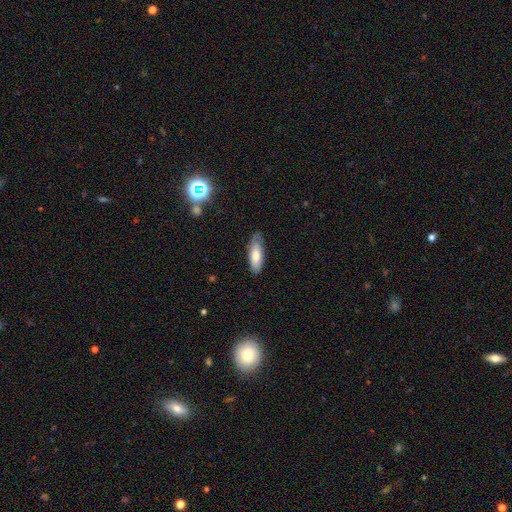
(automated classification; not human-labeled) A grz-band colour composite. It shows a smooth galaxy with no disk features (71%) that is in between round and cigar-shaped (62%). Merging: none (74%).